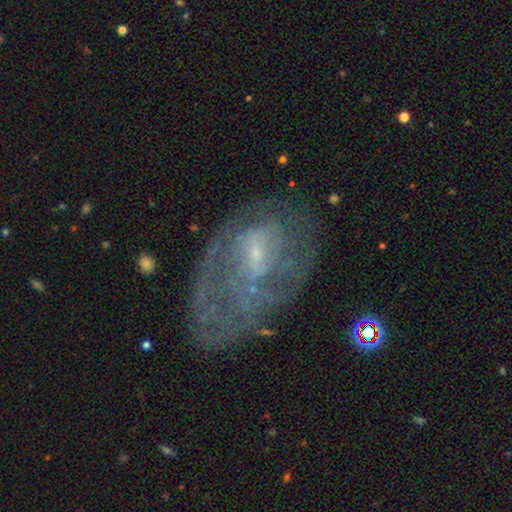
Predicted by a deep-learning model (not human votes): This is likely a featured or disk galaxy (70%). It is clearly not viewed edge-on (96%). Bar: marginally weak (45%). Spiral arm pattern: likely yes (62%). Central bulge: likely small (67%). Merging: possibly none (49%).